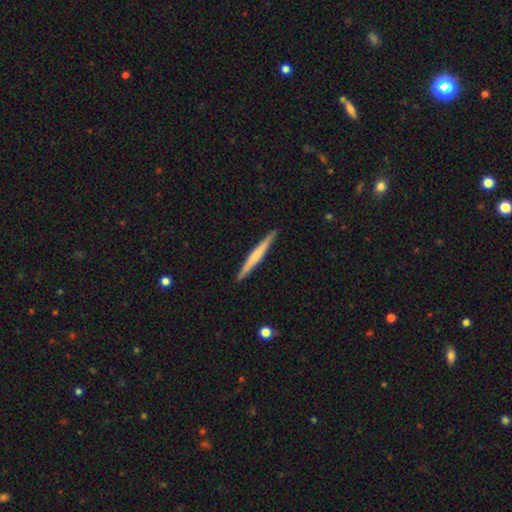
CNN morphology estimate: Smooth or featured?
  - featured or disk: 49% *
  - smooth: 46%
  - star or artifact: 5%
Merging?
  - none: 92% *
  - minor disturbance: 6%
  - major disturbance: 1%
  - merger: 1%